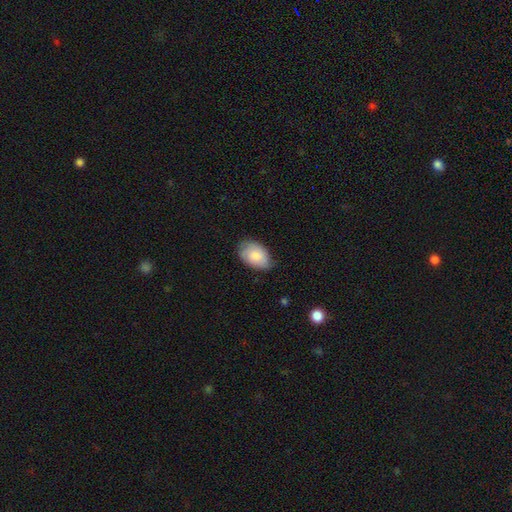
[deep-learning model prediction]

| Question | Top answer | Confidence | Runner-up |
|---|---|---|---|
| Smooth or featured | smooth | 80% | featured or disk (14%) |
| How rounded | in between | 90% | round (9%) |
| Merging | none | 66% | minor disturbance (28%) |